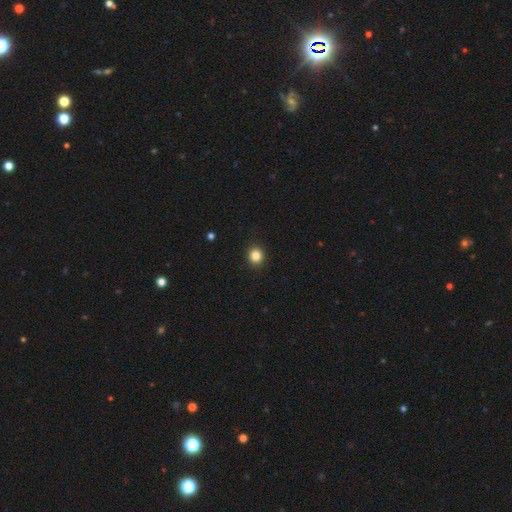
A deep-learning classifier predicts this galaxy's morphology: Smooth or featured? Predicted: smooth (p=0.85). How rounded? Predicted: round (p=0.86). Merging? Predicted: none (p=0.92).